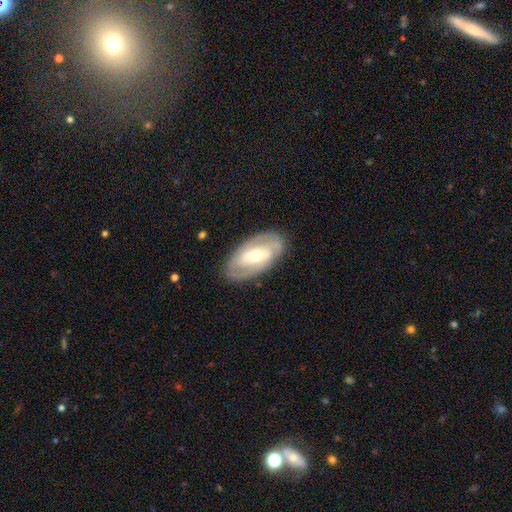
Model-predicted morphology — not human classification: A featured or disk galaxy (76%) with a weak bar (40%), 2 (66%) tight (50%) spiral arms (80%) and a moderate central bulge (60%).

Vote fractions:
- Smooth or featured? featured or disk: 76% / smooth: 19% / star or artifact: 5%
- Edge-on disk? no: 93% / yes: 7%
- Bar? weak: 40% / strong: 36% / no: 25%
- Spiral arms? yes: 80% / no: 20%
- Spiral winding? tight: 50% / medium: 37% / loose: 14%
- Spiral arm count? 2: 66% / can't tell: 21% / 3: 6% / 1: 3% / 4: 2% / more than 4: 2%
- Bulge size? moderate: 60% / small: 33% / large: 5% / none: 1% / dominant: 1%
- Merging? none: 83% / minor disturbance: 12% / major disturbance: 4% / merger: 1%